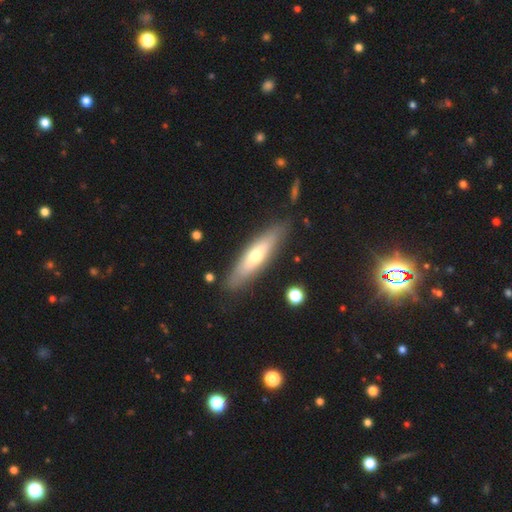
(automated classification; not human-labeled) Overall: smooth (52%; featured or disk 43%). How rounded: cigar-shaped (72%). Merging: none (85%).